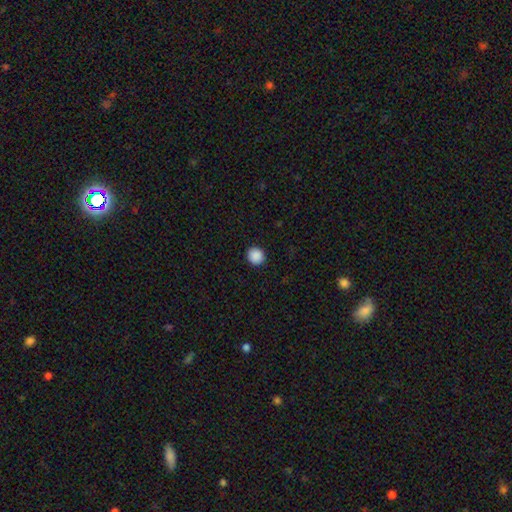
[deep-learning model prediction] Morphology: type=smooth (89%); roundness=round (89%); merging=none (92%).